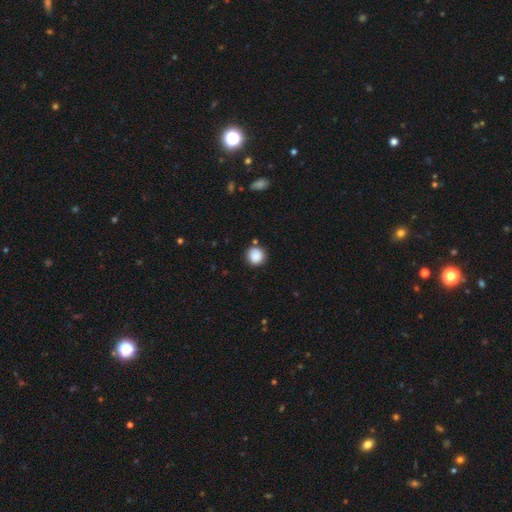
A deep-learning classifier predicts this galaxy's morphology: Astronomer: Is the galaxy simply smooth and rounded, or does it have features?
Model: smooth — 87%.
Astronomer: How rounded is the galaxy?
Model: round — 91%.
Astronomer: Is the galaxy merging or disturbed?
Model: none — 80%.